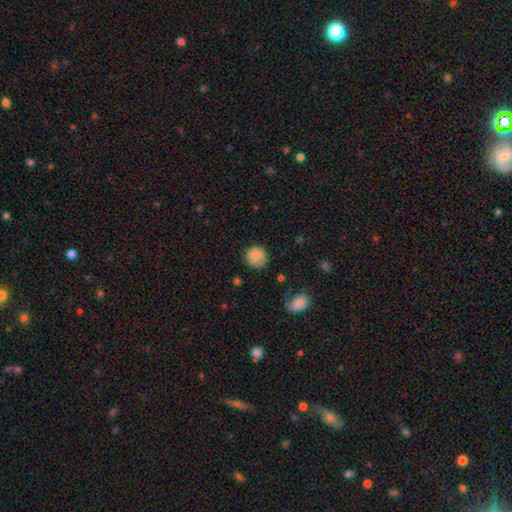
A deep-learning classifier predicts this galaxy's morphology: This is likely a smooth galaxy (80%). How rounded: clearly round (88%). Merging: likely none (73%).